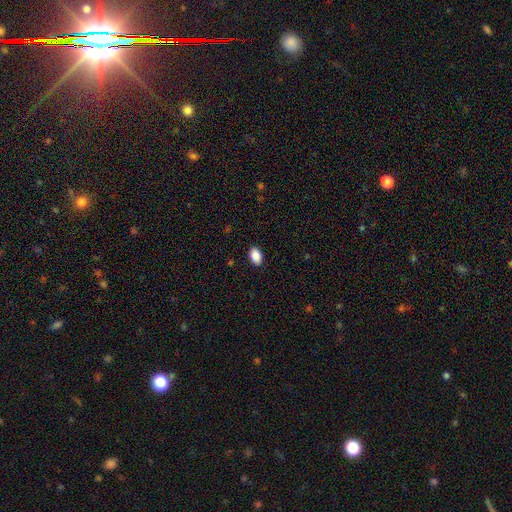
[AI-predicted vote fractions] Q: Smooth or featured?
A: smooth (89%); runner-up: star or artifact (7%)
Q: How rounded?
A: in between (91%); runner-up: round (8%)
Q: Merging?
A: none (89%); runner-up: minor disturbance (8%)